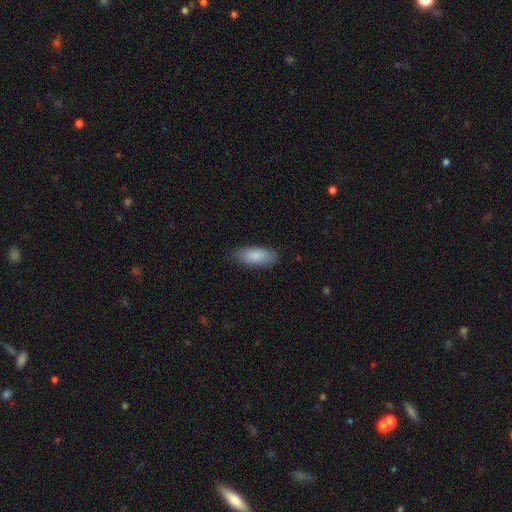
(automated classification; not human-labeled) A smooth galaxy with no disk features (88%) that is in between round and cigar-shaped (84%).

Vote fractions:
- Smooth or featured? smooth: 88% / featured or disk: 6% / star or artifact: 6%
- How rounded? in between: 84% / cigar-shaped: 14% / round: 2%
- Merging? none: 85% / minor disturbance: 12% / major disturbance: 3% / merger: 1%